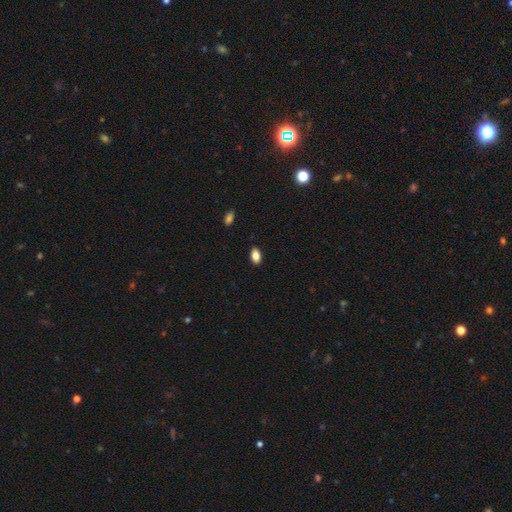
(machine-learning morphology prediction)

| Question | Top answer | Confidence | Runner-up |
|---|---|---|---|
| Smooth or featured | smooth | 84% | star or artifact (8%) |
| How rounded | in between | 90% | round (8%) |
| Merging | none | 88% | minor disturbance (9%) |